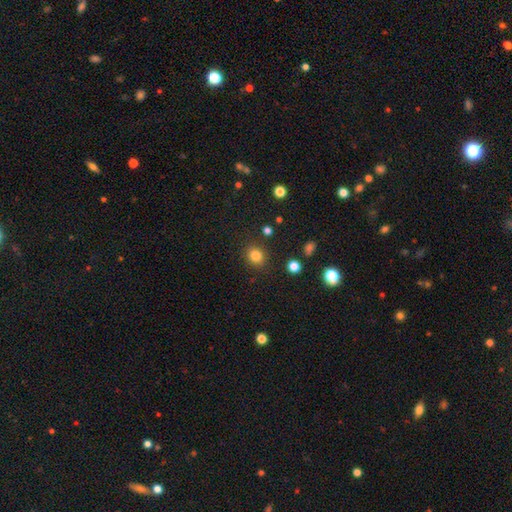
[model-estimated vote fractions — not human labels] Smooth or featured: smooth — 82% (star or artifact — 13%)
How rounded: round — 81% (in between — 18%)
Merging: none — 88% (minor disturbance — 8%)